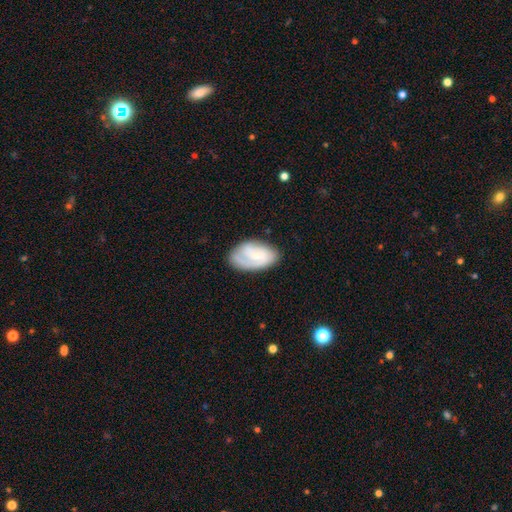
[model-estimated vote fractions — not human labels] A featured or disk galaxy (52%).

Vote fractions:
- Smooth or featured? featured or disk: 52% / smooth: 42% / star or artifact: 6%
- Edge-on disk? no: 96% / yes: 4%
- Merging? none: 68% / minor disturbance: 23% / major disturbance: 8% / merger: 2%